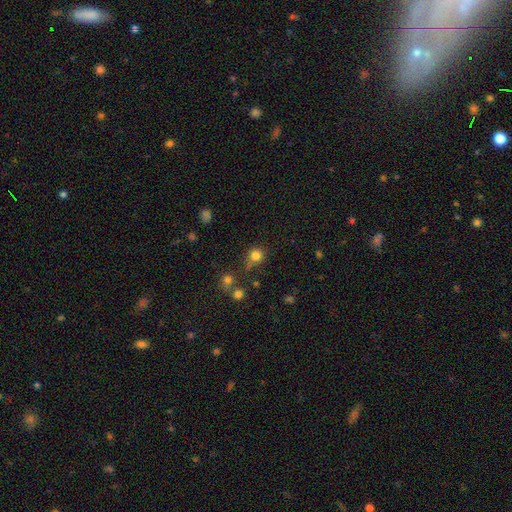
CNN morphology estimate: smooth 79%, star or artifact 14%, featured or disk 6%. Down the decision tree: how rounded — round (90%); merging — none (65%).